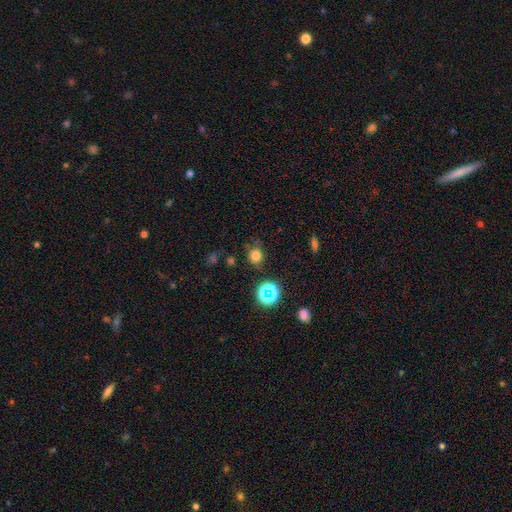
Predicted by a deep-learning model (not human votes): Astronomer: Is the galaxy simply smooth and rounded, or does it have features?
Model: smooth — 73%.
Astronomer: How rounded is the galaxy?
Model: round — 85%.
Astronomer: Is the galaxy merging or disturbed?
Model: none — 77%.